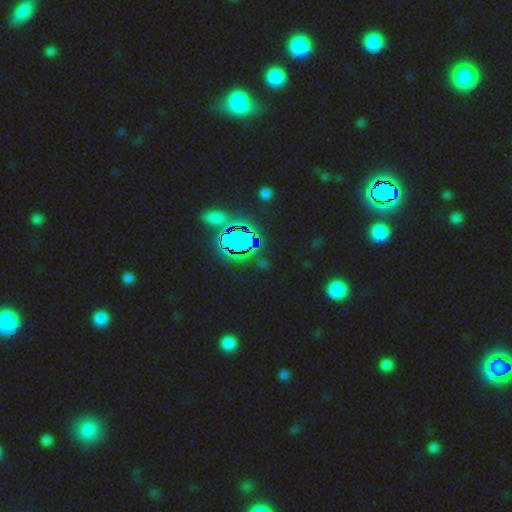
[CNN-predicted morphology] This is clearly a star or artifact rather than a galaxy (81%).